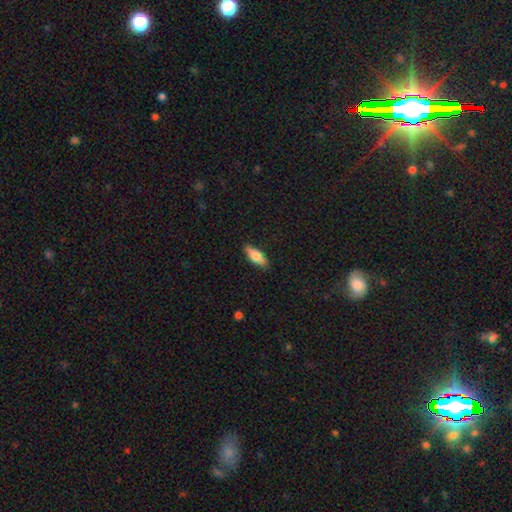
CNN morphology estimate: smooth_or_featured: smooth (p=0.66) [alt: featured or disk p=0.29]
how_rounded: in between (p=0.62) [alt: cigar-shaped p=0.35]
merging: none (p=0.88) [alt: minor disturbance p=0.09]